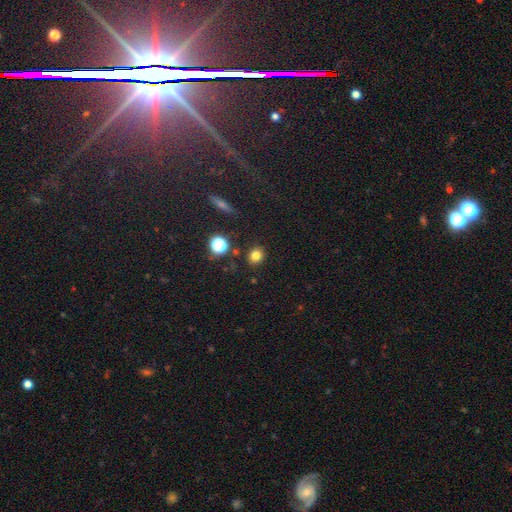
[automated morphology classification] Smooth or featured? Predicted: smooth (p=0.79). How rounded? Predicted: round (p=0.75). Merging? Predicted: none (p=0.87).